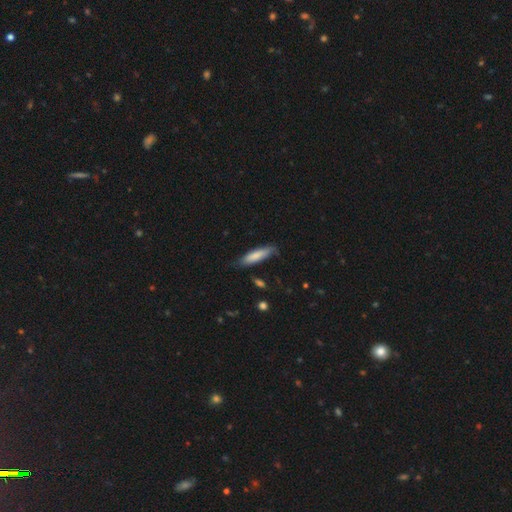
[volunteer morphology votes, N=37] type=smooth (76%); roundness=cigar-shaped (64%); merging=none (69%).